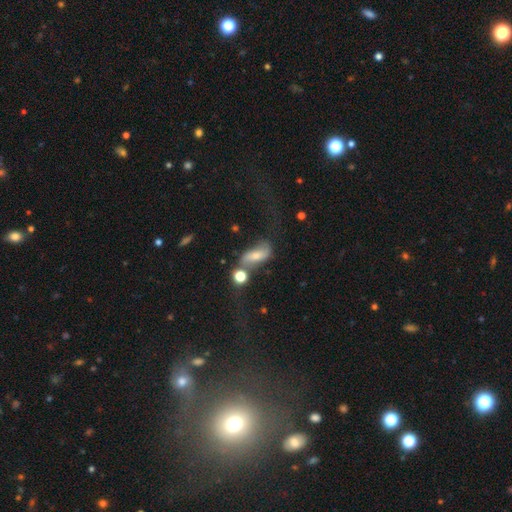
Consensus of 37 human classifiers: A smooth galaxy with no disk features (46%, tied with featured or disk) that is in between round and cigar-shaped (88%).

Vote fractions:
- Smooth or featured? smooth: 46% (tied) / featured or disk: 46% (tied) / star or artifact: 8%
- How rounded? in between: 88% / round: 6% / cigar-shaped: 6%
- Merging? none: 32% / merger: 29% / major disturbance: 26% / minor disturbance: 12%